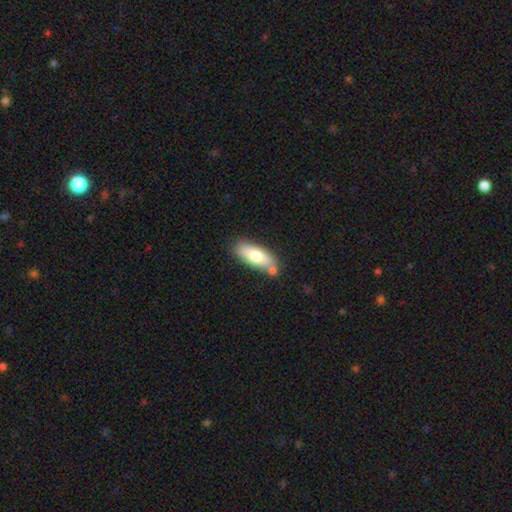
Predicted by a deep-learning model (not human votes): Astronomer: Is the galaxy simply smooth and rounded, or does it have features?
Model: smooth — 73%.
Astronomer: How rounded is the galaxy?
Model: in between — 73%.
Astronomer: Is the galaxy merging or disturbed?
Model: none — 67%.